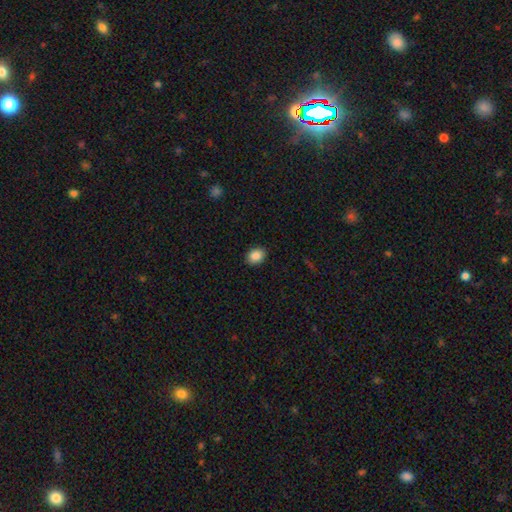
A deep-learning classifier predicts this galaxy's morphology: This is clearly a smooth galaxy (87%). How rounded: possibly in between (60%). Merging: clearly none (90%).